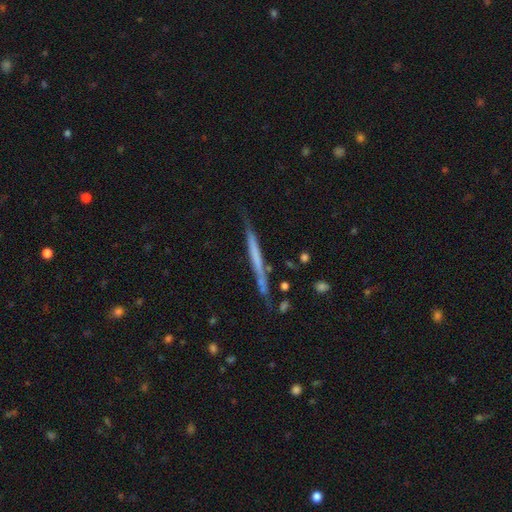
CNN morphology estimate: Smooth or featured: featured or disk — 53% (smooth — 41%)
Edge-on disk: yes — 95% (no — 5%)
Edge-on bulge: none — 88% (rounded — 6%)
Merging: none — 78% (minor disturbance — 15%)